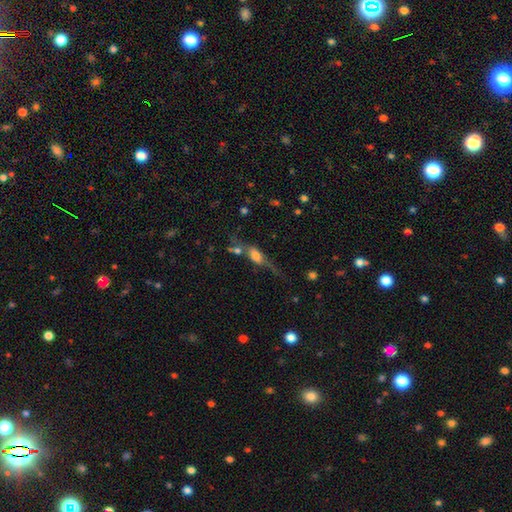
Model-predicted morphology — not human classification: Smooth or featured? featured or disk (46%)
Merging? none (41%)